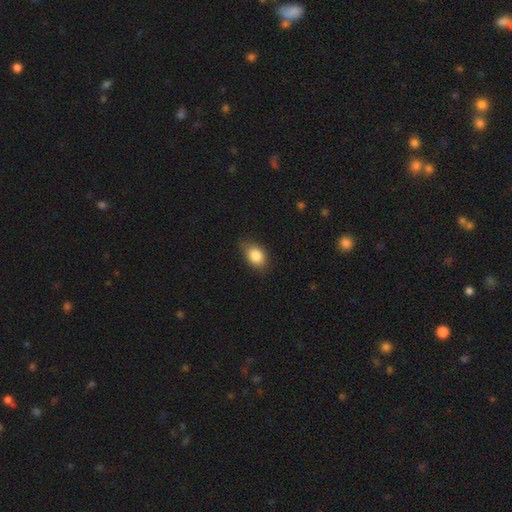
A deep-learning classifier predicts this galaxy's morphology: smooth-or-featured: smooth: 85% | star or artifact: 8% | featured or disk: 7%
  how-rounded: in between: 78% | round: 21% | cigar-shaped: 2%
  merging: none: 74% | minor disturbance: 22% | major disturbance: 4% | merger: 1%